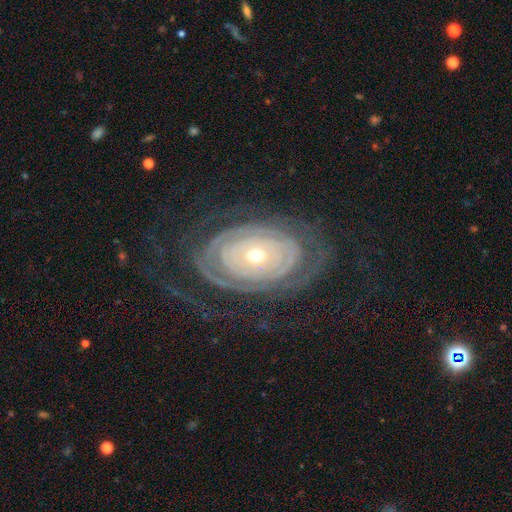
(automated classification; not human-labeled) smooth_or_featured: featured or disk (p=0.85) [alt: smooth p=0.09]
disk_edge_on: no (p=0.94) [alt: yes p=0.06]
bar: no (p=0.83) [alt: weak p=0.11]
has_spiral_arms: yes (p=0.86) [alt: no p=0.14]
spiral_winding: tight (p=0.83) [alt: medium p=0.12]
spiral_arm_count: can't tell (p=0.38) [alt: 2 p=0.26]
bulge_size: small (p=0.60) [alt: moderate p=0.36]
merging: none (p=0.71) [alt: minor disturbance p=0.14]